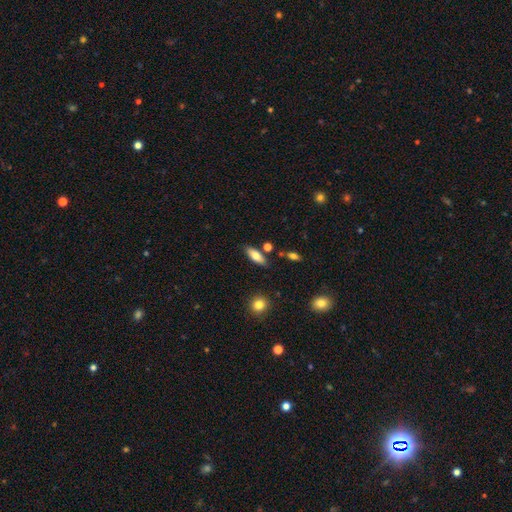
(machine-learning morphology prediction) smooth-or-featured: smooth: 73% | featured or disk: 20% | star or artifact: 7%
  how-rounded: in between: 71% | cigar-shaped: 27% | round: 3%
  merging: none: 80% | minor disturbance: 12% | merger: 6% | major disturbance: 3%